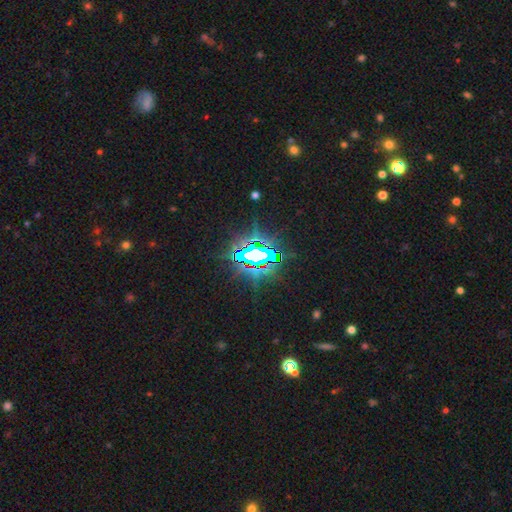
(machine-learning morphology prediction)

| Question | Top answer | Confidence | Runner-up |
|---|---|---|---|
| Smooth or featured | star or artifact | 78% | featured or disk (12%) |